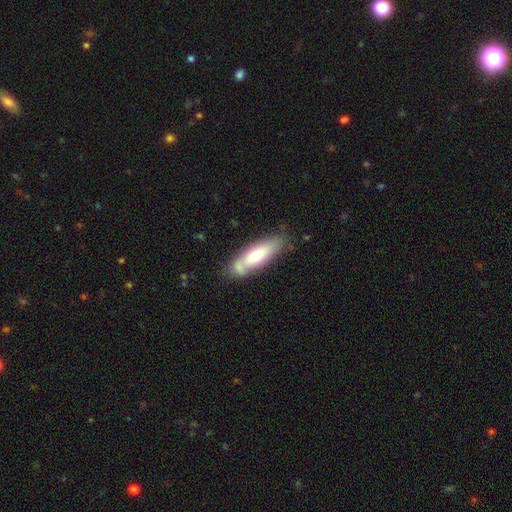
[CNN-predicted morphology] smooth-or-featured: smooth: 59% | featured or disk: 35% | star or artifact: 6%
  how-rounded: in between: 52% | cigar-shaped: 46% | round: 2%
  merging: none: 61% | minor disturbance: 21% | merger: 12% | major disturbance: 6%